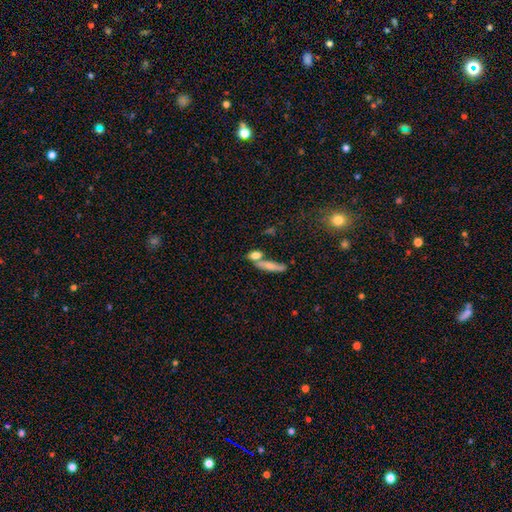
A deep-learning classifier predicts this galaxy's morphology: smooth_or_featured: smooth (p=0.72) [alt: featured or disk p=0.18]
how_rounded: in between (p=0.49) [alt: cigar-shaped p=0.40]
merging: none (p=0.47) [alt: merger p=0.37]